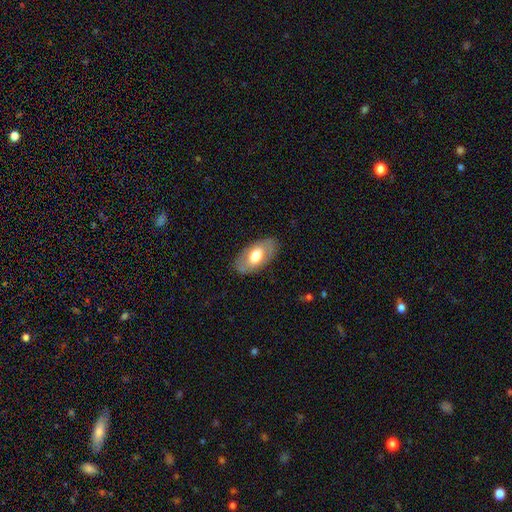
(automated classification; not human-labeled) Q: Smooth or featured?
A: smooth (56%); runner-up: featured or disk (39%)
Q: How rounded?
A: in between (93%); runner-up: round (4%)
Q: Merging?
A: none (83%); runner-up: minor disturbance (13%)